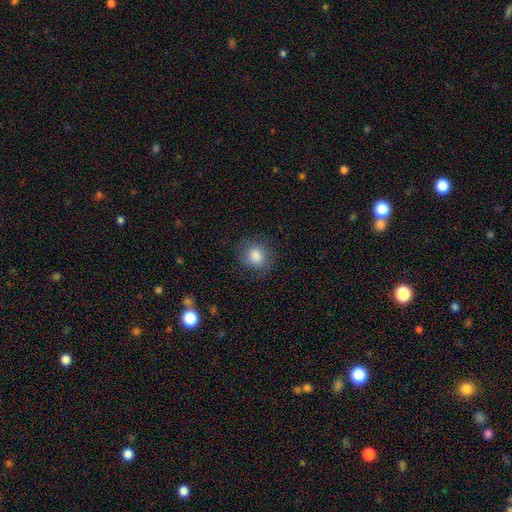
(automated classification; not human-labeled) Morphology: type=smooth (84%); roundness=round (72%); merging=none (82%).